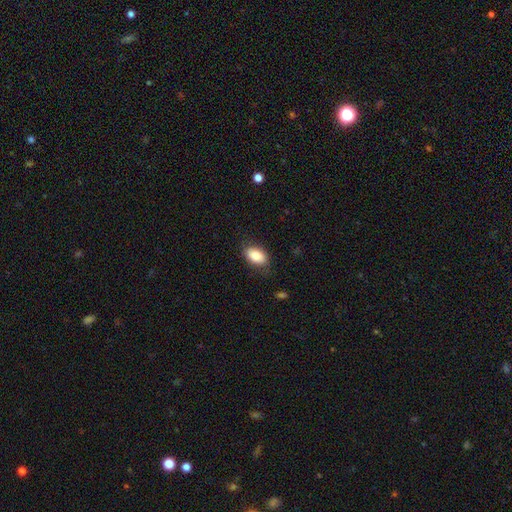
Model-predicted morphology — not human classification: smooth-or-featured: smooth: 84% | featured or disk: 9% | star or artifact: 7%
  how-rounded: in between: 90% | round: 9% | cigar-shaped: 2%
  merging: none: 79% | minor disturbance: 16% | major disturbance: 4% | merger: 1%